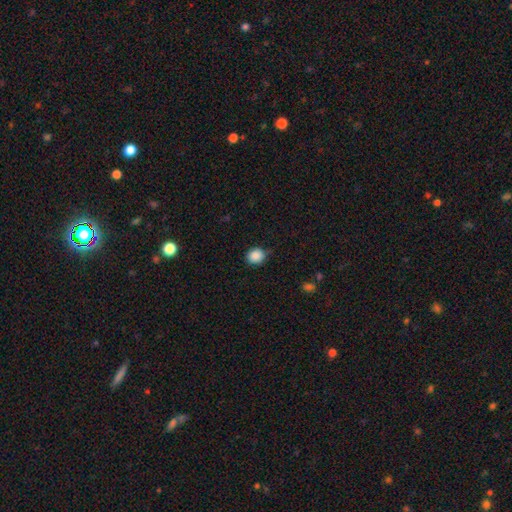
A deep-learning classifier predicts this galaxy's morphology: type=smooth (88%); roundness=round (76%); merging=none (82%).